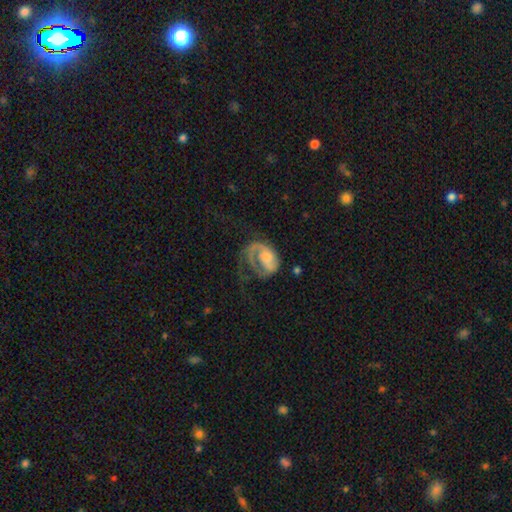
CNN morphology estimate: featured or disk 66%, smooth 23%, star or artifact 11%. Down the decision tree: edge-on disk — no (97%); bar — no (64%); spiral arms — yes (77%); bulge size — moderate (34%); merging — major disturbance (44%).